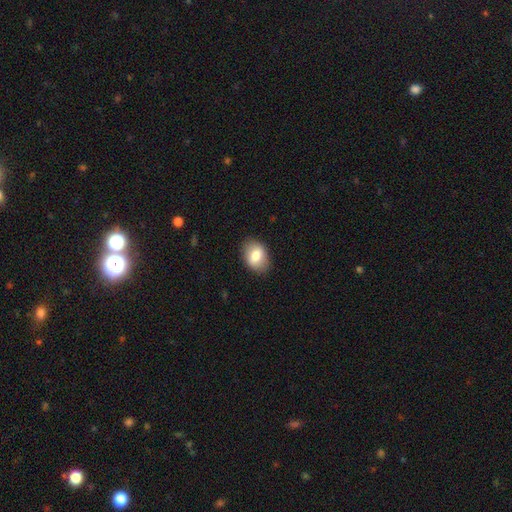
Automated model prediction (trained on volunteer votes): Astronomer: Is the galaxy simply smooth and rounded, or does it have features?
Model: smooth — 77%.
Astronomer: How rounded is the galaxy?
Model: in between — 77%.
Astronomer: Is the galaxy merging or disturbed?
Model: none — 86%.